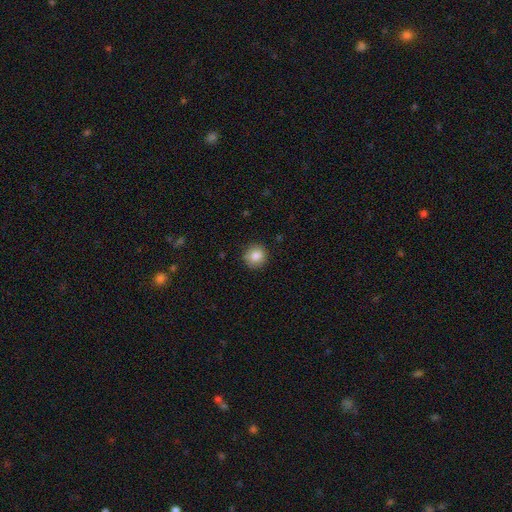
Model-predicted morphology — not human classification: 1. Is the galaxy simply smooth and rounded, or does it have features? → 85% smooth, 9% star or artifact, 6% featured or disk.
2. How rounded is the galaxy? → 93% round, 6% in between, 1% cigar-shaped.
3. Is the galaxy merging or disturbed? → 89% none, 8% minor disturbance, 2% major disturbance, 1% merger.